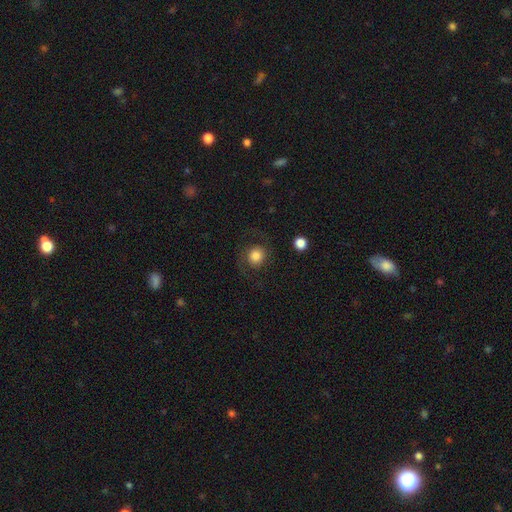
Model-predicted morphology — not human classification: smooth_or_featured: smooth (p=0.67) [alt: featured or disk p=0.24]
how_rounded: round (p=0.85) [alt: in between p=0.14]
merging: none (p=0.72) [alt: minor disturbance p=0.14]